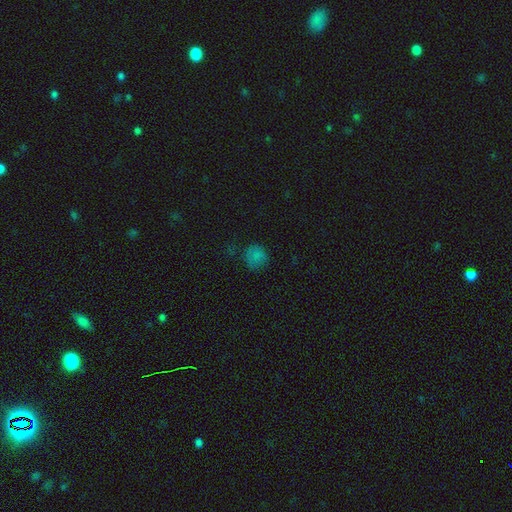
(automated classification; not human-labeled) Overall: smooth (70%). How rounded: round (84%). Merging: none (71%).